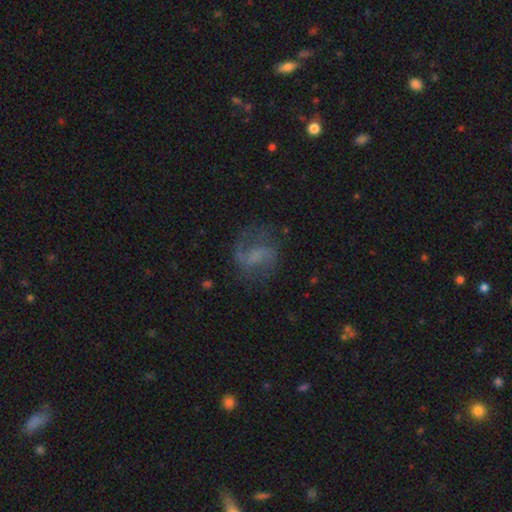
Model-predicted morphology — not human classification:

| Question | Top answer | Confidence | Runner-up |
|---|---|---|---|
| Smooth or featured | featured or disk | 71% | smooth (19%) |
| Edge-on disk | no | 97% | yes (3%) |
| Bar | weak | 48% | no (34%) |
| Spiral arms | yes | 90% | no (10%) |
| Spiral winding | medium | 44% | tied: loose (44%) |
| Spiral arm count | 2 | 80% | 1 (9%) |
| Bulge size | none | 54% | small (24%) |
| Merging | none | 65% | minor disturbance (18%) |